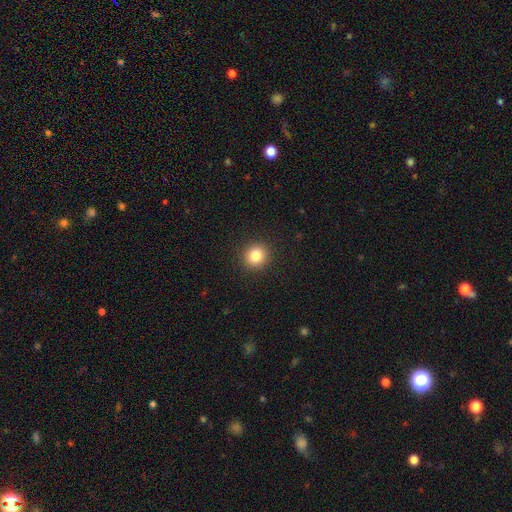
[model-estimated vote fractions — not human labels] The model was most divided on "smooth or featured": smooth: 83%, star or artifact: 11%, featured or disk: 6%. More confident: merging — none (92%); how rounded — round (91%).